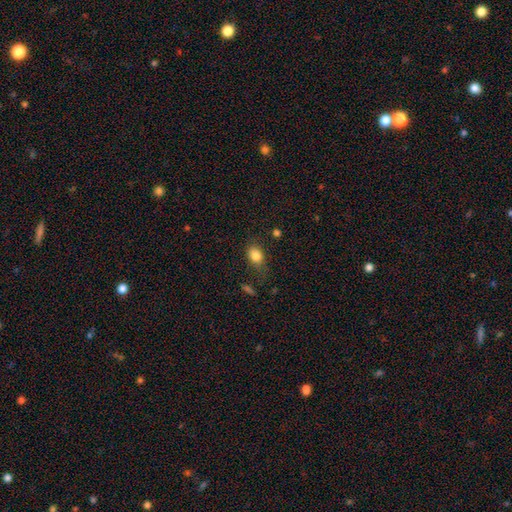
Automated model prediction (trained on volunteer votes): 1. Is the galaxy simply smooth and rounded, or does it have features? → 83% smooth, 9% star or artifact, 7% featured or disk.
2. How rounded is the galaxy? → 71% in between, 27% round, 2% cigar-shaped.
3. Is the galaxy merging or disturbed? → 67% none, 22% minor disturbance, 8% major disturbance, 3% merger.